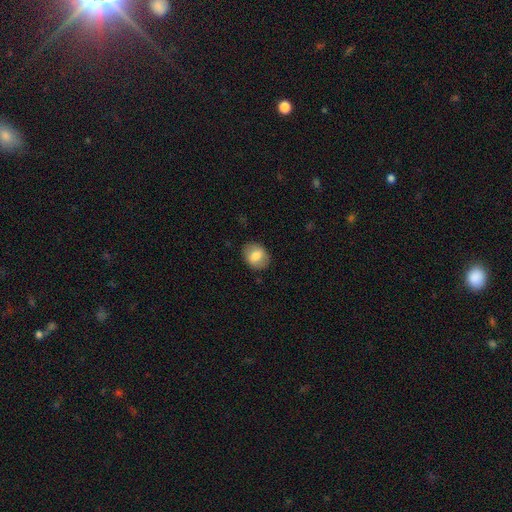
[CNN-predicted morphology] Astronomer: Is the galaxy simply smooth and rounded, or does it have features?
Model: smooth — 74%.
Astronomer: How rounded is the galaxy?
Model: in between — 51% (runner-up: round, 47%).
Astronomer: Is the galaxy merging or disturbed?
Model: none — 85%.